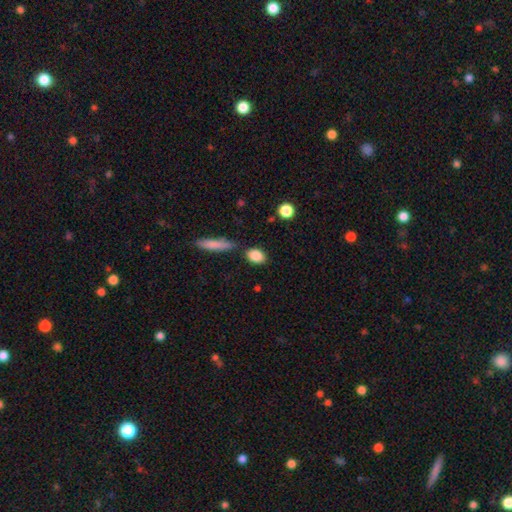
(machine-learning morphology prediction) Smooth or featured: smooth — 86% (star or artifact — 7%)
How rounded: in between — 74% (round — 21%)
Merging: none — 78% (minor disturbance — 12%)